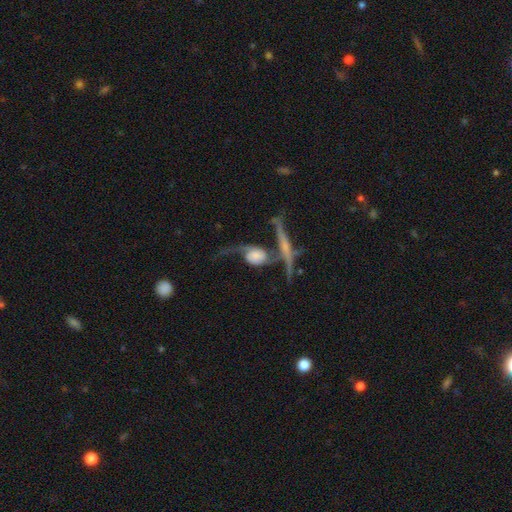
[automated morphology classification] Q: Smooth or featured?
A: featured or disk (73%); runner-up: smooth (20%)
Q: Edge-on disk?
A: no (82%); runner-up: yes (18%)
Q: Bar?
A: no (74%); runner-up: weak (19%)
Q: Spiral arms?
A: yes (89%); runner-up: no (11%)
Q: Spiral winding?
A: loose (79%); runner-up: medium (15%)
Q: Spiral arm count?
A: 2 (84%); runner-up: 1 (9%)
Q: Bulge size?
A: large (26%); runner-up: none (24%)
Q: Merging?
A: none (33%); runner-up: merger (25%)